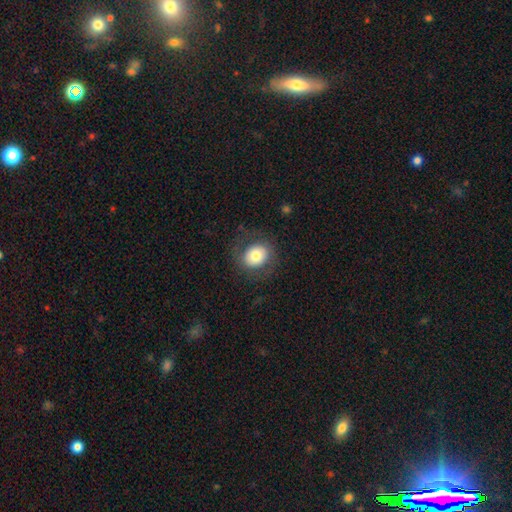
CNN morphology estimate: This appears to be a smooth galaxy with no disk features (74%) that is round (64%). Merging: none (80%).